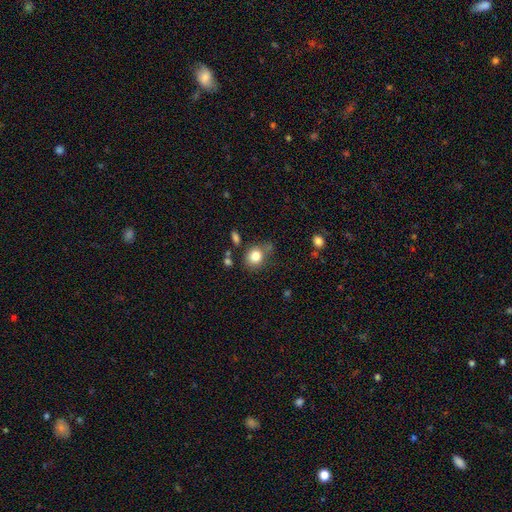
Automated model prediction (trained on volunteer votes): Smooth or featured? smooth (82%)
How rounded? round (65%)
Merging? none (64%)